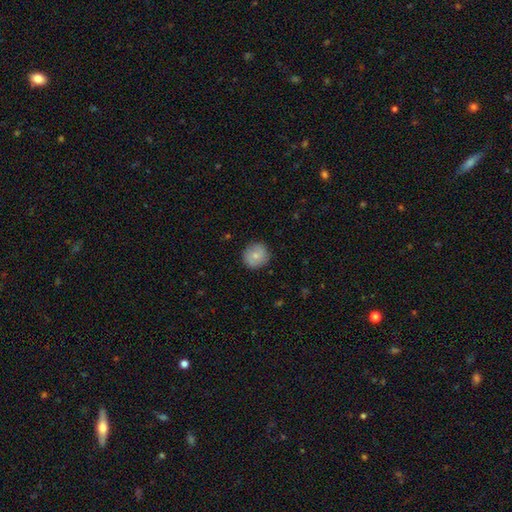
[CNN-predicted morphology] The model was most divided on "smooth or featured": smooth: 78%, featured or disk: 15%, star or artifact: 7%. More confident: how rounded — round (91%); merging — none (88%).